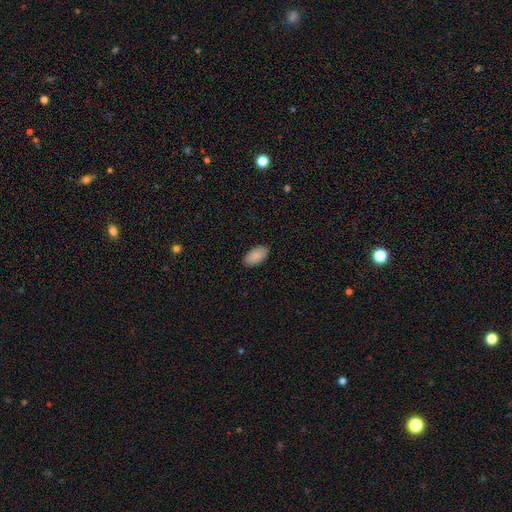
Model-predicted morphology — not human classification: A smooth galaxy with no disk features (89%) that is in between round and cigar-shaped (95%).

Vote fractions:
- Smooth or featured? smooth: 89% / star or artifact: 7% / featured or disk: 4%
- How rounded? in between: 95% / round: 3% / cigar-shaped: 2%
- Merging? none: 89% / minor disturbance: 8% / major disturbance: 2% / merger: 1%